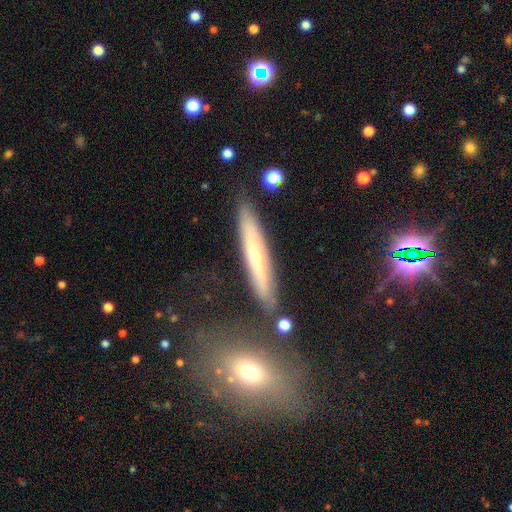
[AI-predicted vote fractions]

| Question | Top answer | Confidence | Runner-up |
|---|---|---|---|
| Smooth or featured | featured or disk | 54% | smooth (38%) |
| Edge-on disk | yes | 82% | no (18%) |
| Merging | none | 82% | minor disturbance (11%) |